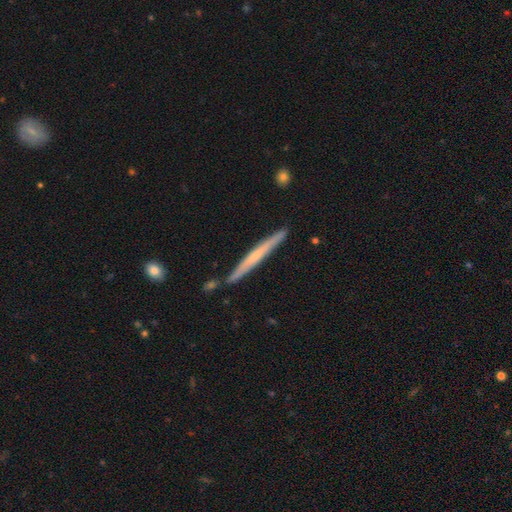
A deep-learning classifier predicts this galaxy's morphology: A featured or disk galaxy (55%) viewed edge-on (97%) with no central bulge (62%).

Vote fractions:
- Smooth or featured? featured or disk: 55% / smooth: 39% / star or artifact: 6%
- Edge-on disk? yes: 97% / no: 3%
- Edge-on bulge? none: 62% / rounded: 32% / boxy: 6%
- Merging? none: 86% / minor disturbance: 9% / merger: 3% / major disturbance: 2%